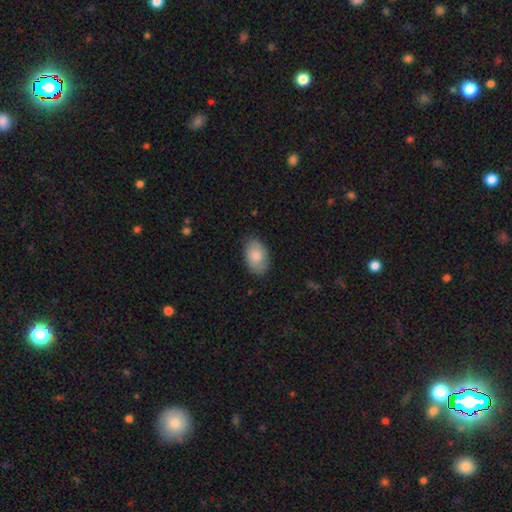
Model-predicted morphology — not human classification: The model was most divided on "merging": none: 80%, minor disturbance: 16%, major disturbance: 3%, merger: 1%. More confident: how rounded — in between (90%); smooth or featured — smooth (80%).